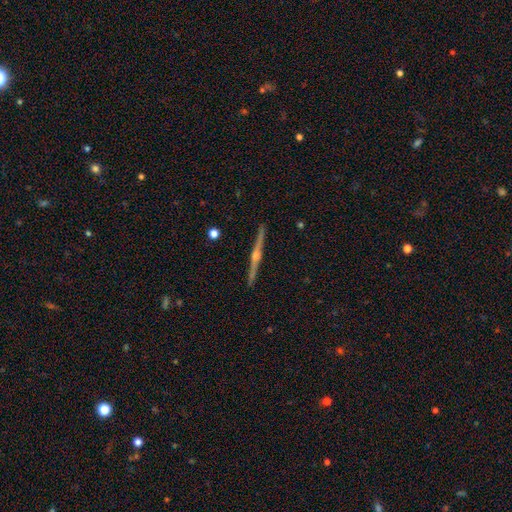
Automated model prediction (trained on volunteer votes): Smooth or featured: featured or disk — 75% (smooth — 16%)
Edge-on disk: yes — 97% (no — 3%)
Edge-on bulge: rounded — 81% (none — 12%)
Merging: none — 89% (minor disturbance — 7%)